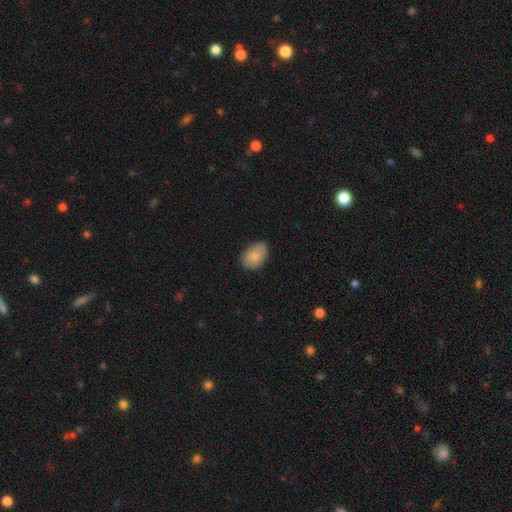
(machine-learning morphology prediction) Q: Smooth or featured?
A: smooth (82%); runner-up: featured or disk (11%)
Q: How rounded?
A: in between (81%); runner-up: round (18%)
Q: Merging?
A: none (72%); runner-up: minor disturbance (23%)